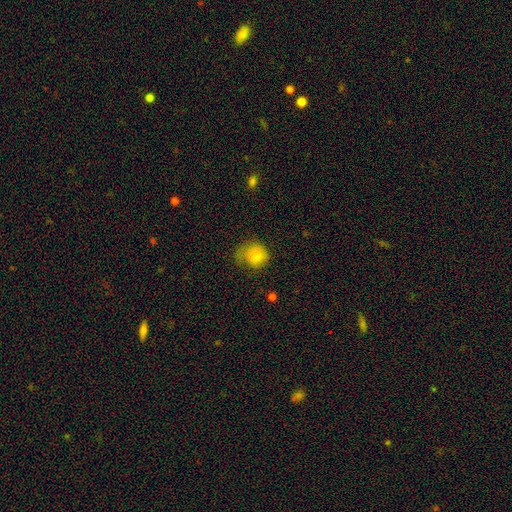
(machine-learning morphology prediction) Smooth or featured? Predicted: smooth (p=0.81). How rounded? Predicted: round (p=0.76). Merging? Predicted: none (p=0.44).